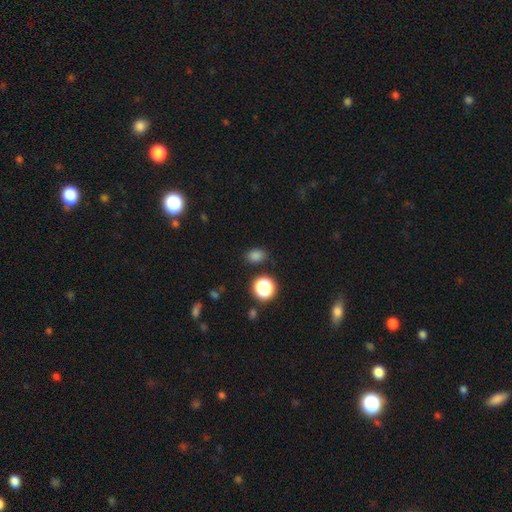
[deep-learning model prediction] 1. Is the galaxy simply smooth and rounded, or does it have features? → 79% smooth, 17% star or artifact, 4% featured or disk.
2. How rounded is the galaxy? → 61% in between, 37% round, 1% cigar-shaped.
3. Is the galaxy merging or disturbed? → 82% none, 12% minor disturbance, 3% major disturbance, 3% merger.